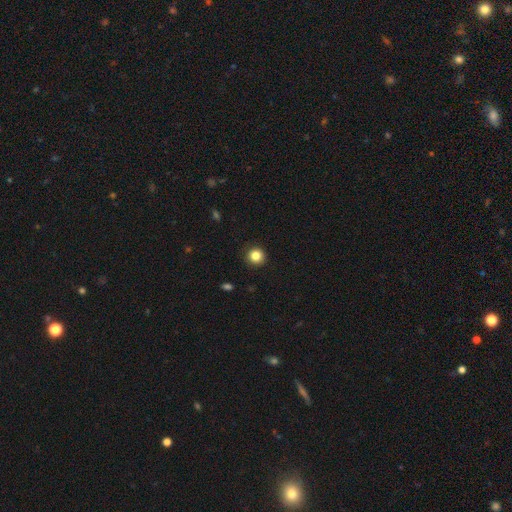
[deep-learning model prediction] smooth 85%, star or artifact 11%, featured or disk 4%. Down the decision tree: how rounded — round (95%); merging — none (93%).